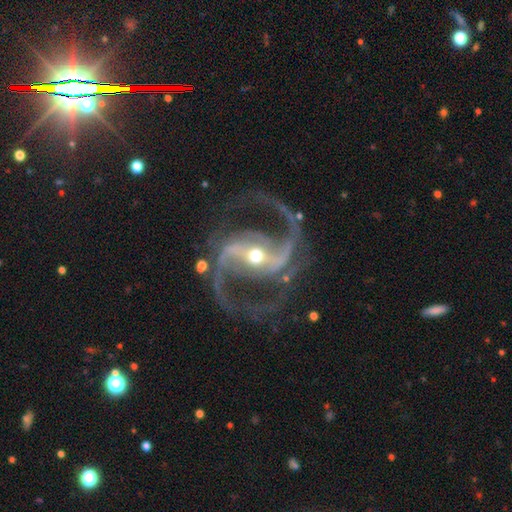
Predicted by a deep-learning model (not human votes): smooth_or_featured: featured or disk (p=0.93) [alt: star or artifact p=0.04]
disk_edge_on: no (p=0.98) [alt: yes p=0.02]
bar: strong (p=0.63) [alt: weak p=0.25]
has_spiral_arms: yes (p=0.98) [alt: no p=0.02]
spiral_winding: medium (p=0.56) [alt: loose p=0.32]
spiral_arm_count: 2 (p=0.90) [alt: 3 p=0.03]
bulge_size: moderate (p=0.65) [alt: small p=0.28]
merging: none (p=0.73) [alt: minor disturbance p=0.13]